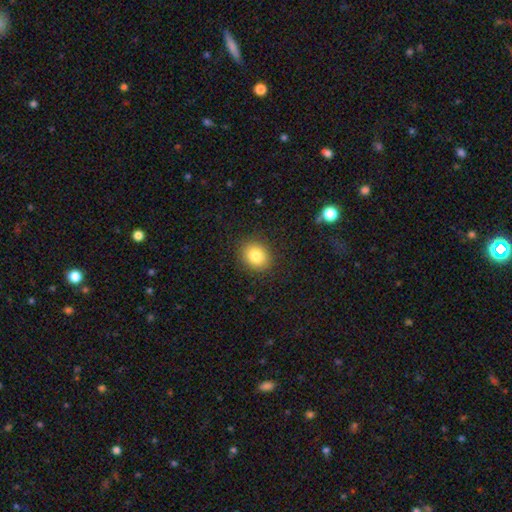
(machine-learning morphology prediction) This appears to be a smooth galaxy with no disk features (83%) that is round (63%). Merging: none (89%).